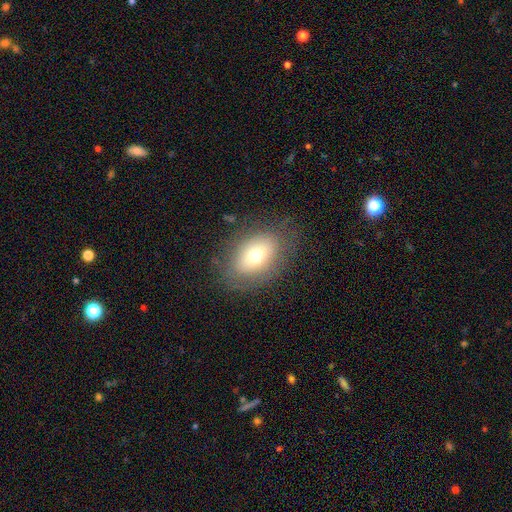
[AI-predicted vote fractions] This appears to be a smooth galaxy with no disk features (67%) that is in between round and cigar-shaped (77%). Merging: none (77%).